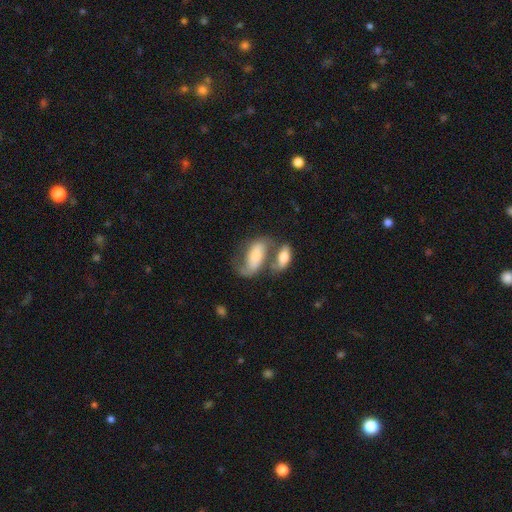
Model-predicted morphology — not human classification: Smooth or featured? Predicted: featured or disk (p=0.56). Edge-on disk? Predicted: no (p=0.92). Bar? Predicted: no (p=0.49). Spiral arms? Predicted: yes (p=0.80). Bulge size? Predicted: moderate (p=0.46). Merging? Predicted: merger (p=0.48).